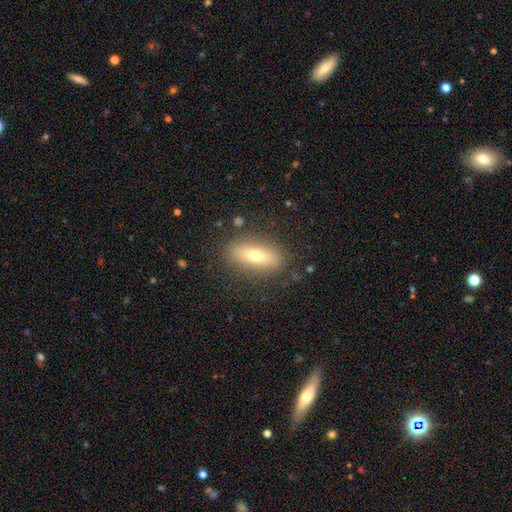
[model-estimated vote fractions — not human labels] Smooth or featured?
  - smooth: 64% *
  - featured or disk: 27%
  - star or artifact: 9%
How rounded?
  - in between: 67% *
  - cigar-shaped: 28%
  - round: 5%
Merging?
  - none: 84% *
  - minor disturbance: 10%
  - major disturbance: 4%
  - merger: 2%